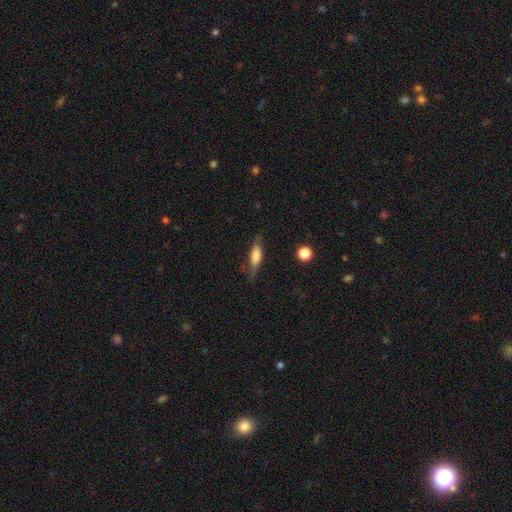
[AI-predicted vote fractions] The model was most divided on "how rounded" (2-way tie): cigar-shaped: 48%, in between: 48%, round: 4%. More confident: merging — none (68%); smooth or featured — smooth (58%).